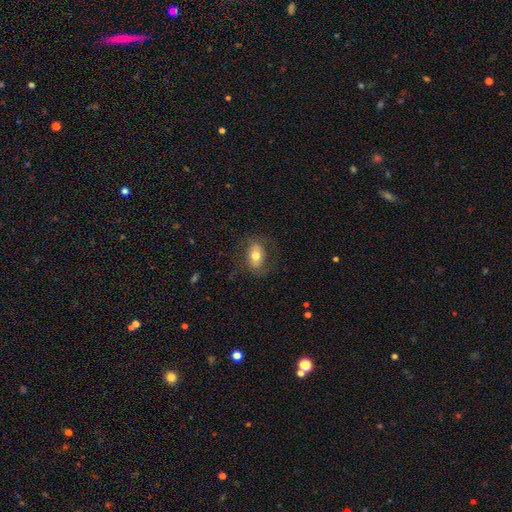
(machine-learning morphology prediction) A smooth galaxy with no disk features (67%) that is in between round and cigar-shaped (82%). Merging: none (75%).